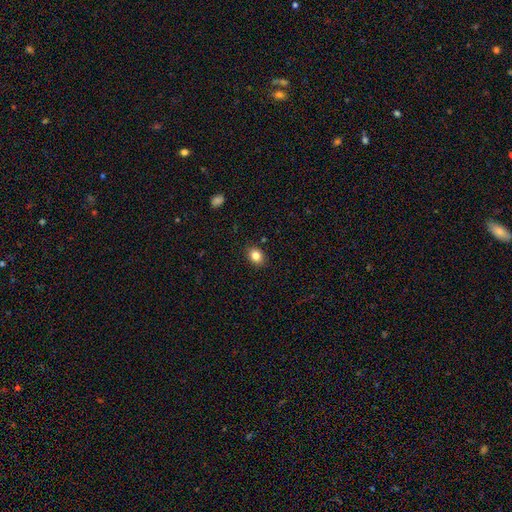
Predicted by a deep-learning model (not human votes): smooth 83%, star or artifact 10%, featured or disk 6%. Down the decision tree: how rounded — in between (57%); merging — none (88%).